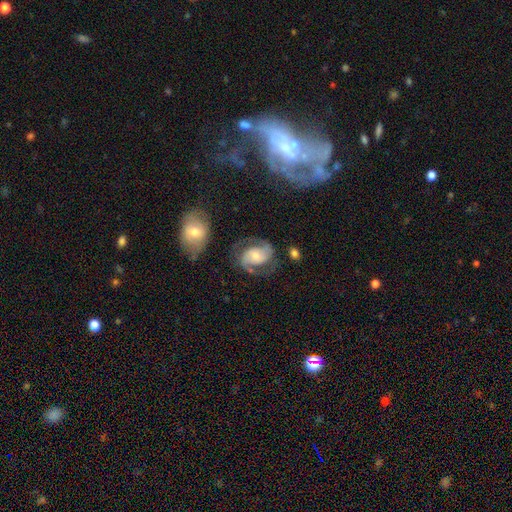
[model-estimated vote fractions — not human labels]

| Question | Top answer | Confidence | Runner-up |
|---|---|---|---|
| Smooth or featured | featured or disk | 83% | smooth (11%) |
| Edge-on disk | no | 98% | yes (2%) |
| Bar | no | 50% | weak (37%) |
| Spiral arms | yes | 96% | no (4%) |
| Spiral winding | medium | 55% | tight (25%) |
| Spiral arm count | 2 | 91% | can't tell (4%) |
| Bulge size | moderate | 46% | small (41%) |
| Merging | none | 68% | minor disturbance (17%) |